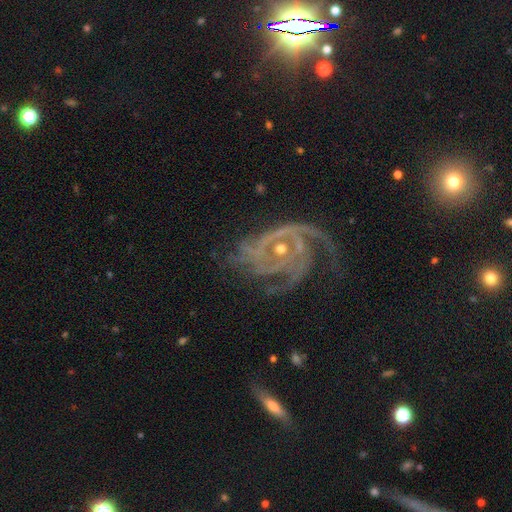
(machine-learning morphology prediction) Overall: featured or disk (90%). Edge-on disk: no (98%). Bar: no (59%; weak 29%). Spiral arms: yes (97%). Spiral arm count: 3 (36%; 4 20%). Spiral winding: tight (48%; medium 42%). Bulge size: small (66%; moderate 29%). Merging: none (54%; major disturbance 22%).